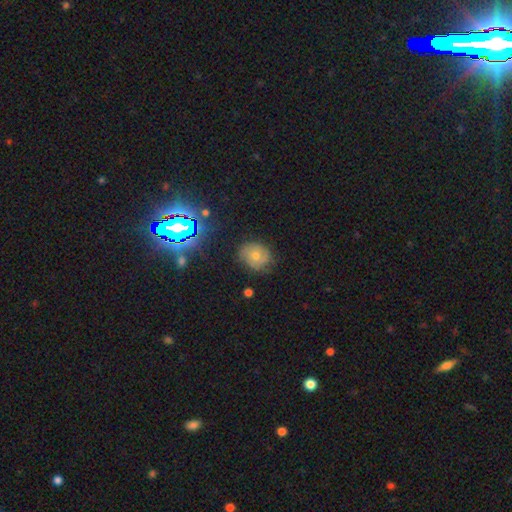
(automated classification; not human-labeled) Morphology: type=featured or disk (44%); merging=none (75%).